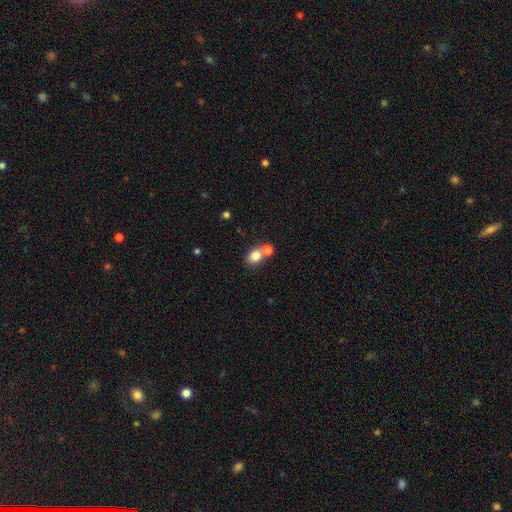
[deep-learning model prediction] A smooth galaxy with no disk features (80%) that is round (52%). Merging: merger (45%).